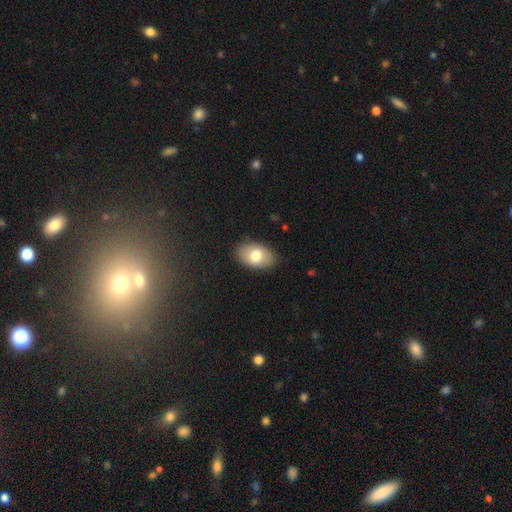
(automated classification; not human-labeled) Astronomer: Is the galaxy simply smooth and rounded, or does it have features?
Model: smooth — 76%.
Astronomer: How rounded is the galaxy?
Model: in between — 91%.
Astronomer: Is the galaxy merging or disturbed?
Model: none — 87%.